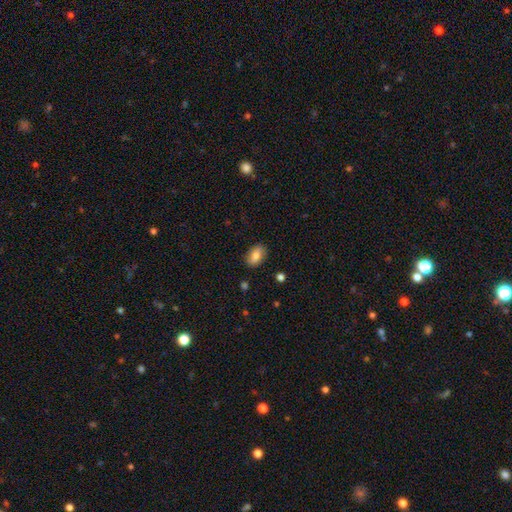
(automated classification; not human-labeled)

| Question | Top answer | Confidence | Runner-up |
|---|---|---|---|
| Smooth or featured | smooth | 80% | featured or disk (13%) |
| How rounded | in between | 88% | round (9%) |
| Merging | none | 85% | minor disturbance (12%) |